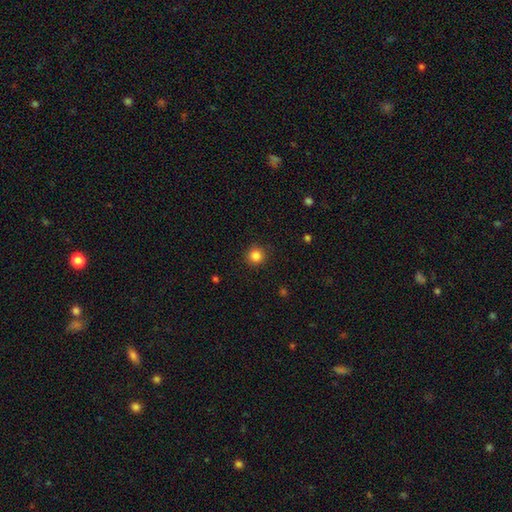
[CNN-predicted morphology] smooth 85%, star or artifact 11%, featured or disk 4%. Down the decision tree: how rounded — round (94%); merging — none (91%).